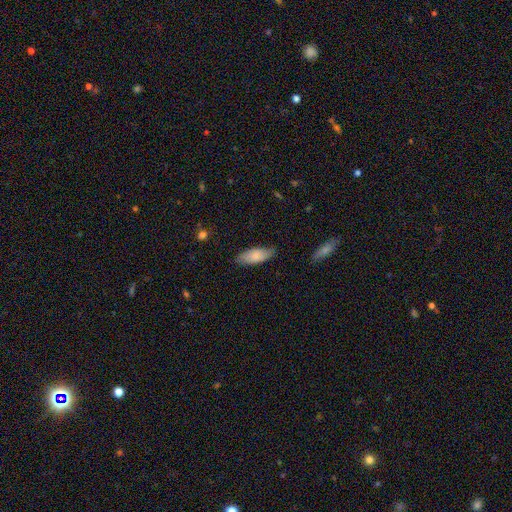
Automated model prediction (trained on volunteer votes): Morphology: type=smooth (79%); roundness=in between (78%); merging=none (79%).